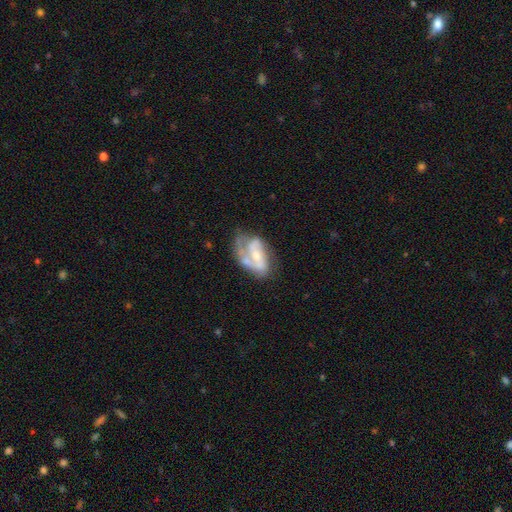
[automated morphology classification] The model was most divided on "bar": no: 42%, weak: 38%, strong: 20%. Remaining: edge-on disk — no (96%); spiral arms — yes (86%); smooth or featured — featured or disk (78%); spiral arm count — 2 (62%); bulge size — small (50%); spiral winding — medium (45%); merging — none (44%).